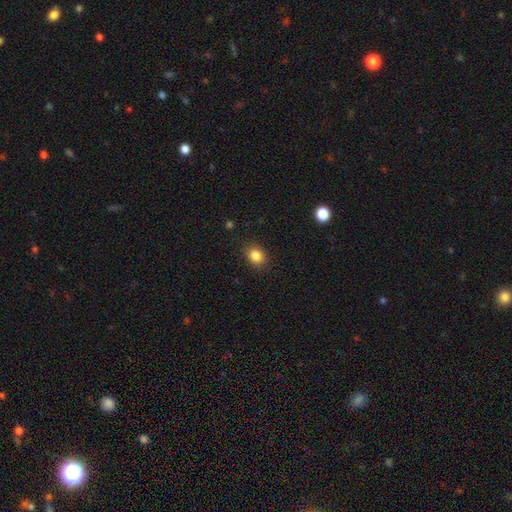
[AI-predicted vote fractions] Smooth or featured?
  - smooth: 85% *
  - star or artifact: 10%
  - featured or disk: 5%
How rounded?
  - round: 55% *
  - in between: 44%
  - cigar-shaped: 1%
Merging?
  - none: 87% *
  - minor disturbance: 9%
  - major disturbance: 3%
  - merger: 1%